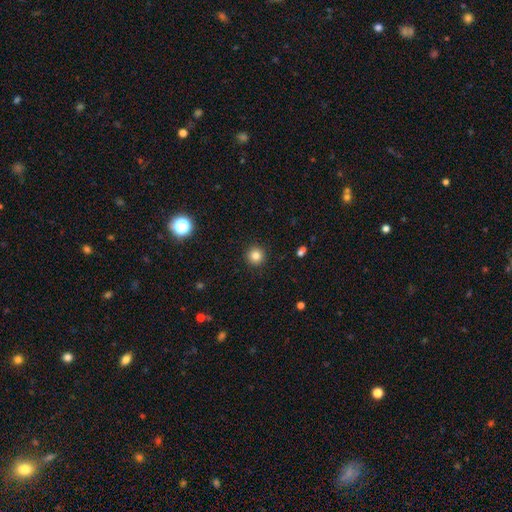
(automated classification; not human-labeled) Smooth or featured? smooth (83%)
How rounded? round (95%)
Merging? none (92%)